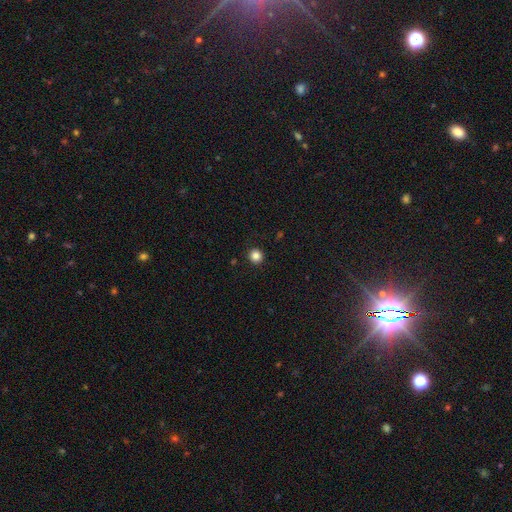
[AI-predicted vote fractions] Smooth or featured: smooth — 85% (star or artifact — 12%)
How rounded: round — 95% (in between — 4%)
Merging: none — 93% (minor disturbance — 5%)